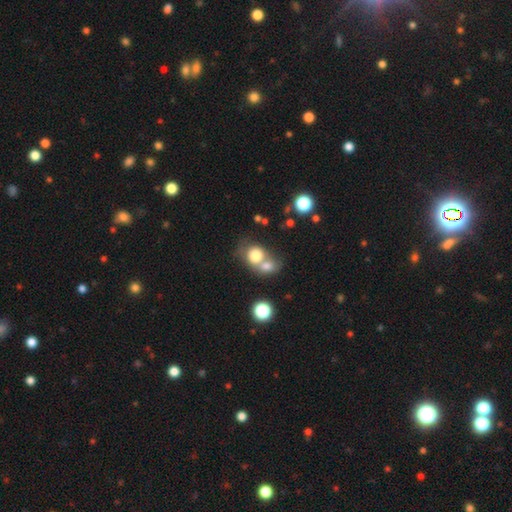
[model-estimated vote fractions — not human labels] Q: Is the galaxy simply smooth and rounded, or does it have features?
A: smooth — 75%.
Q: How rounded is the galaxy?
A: round — 69%.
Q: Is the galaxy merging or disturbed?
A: merger — 61%.